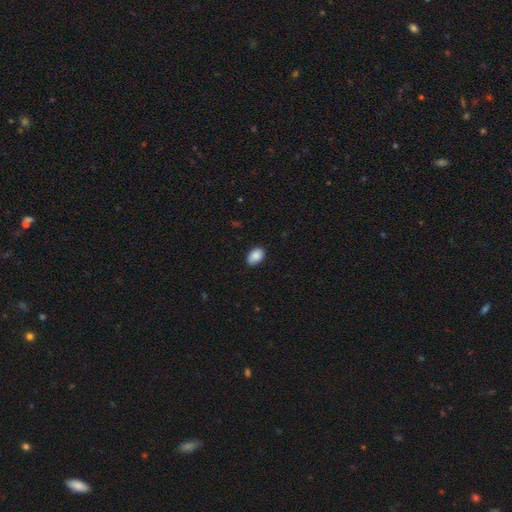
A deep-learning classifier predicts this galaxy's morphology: Smooth or featured: smooth — 89% (star or artifact — 7%)
How rounded: in between — 88% (round — 11%)
Merging: none — 85% (minor disturbance — 12%)